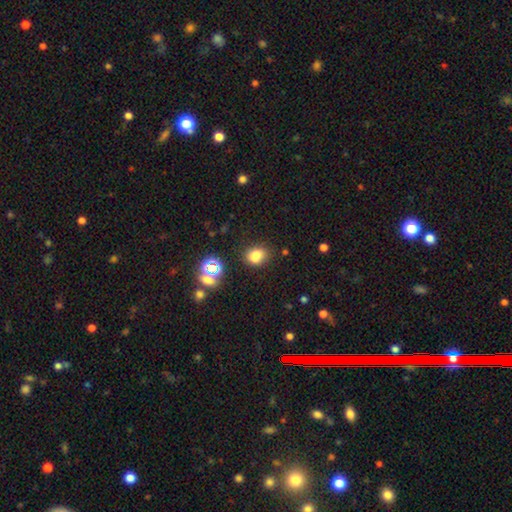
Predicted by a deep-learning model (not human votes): A smooth galaxy with no disk features (75%) that is round (50%).

Vote fractions:
- Smooth or featured? smooth: 75% / star or artifact: 17% / featured or disk: 8%
- How rounded? round: 50% / in between: 49% / cigar-shaped: 1%
- Merging? none: 66% / minor disturbance: 17% / merger: 12% / major disturbance: 5%